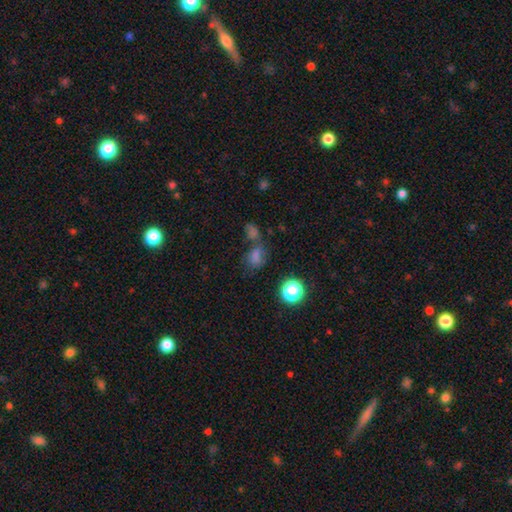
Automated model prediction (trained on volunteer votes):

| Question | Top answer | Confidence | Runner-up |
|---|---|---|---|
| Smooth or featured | smooth | 60% | star or artifact (30%) |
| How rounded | in between | 54% | round (44%) |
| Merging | none | 50% | merger (30%) |